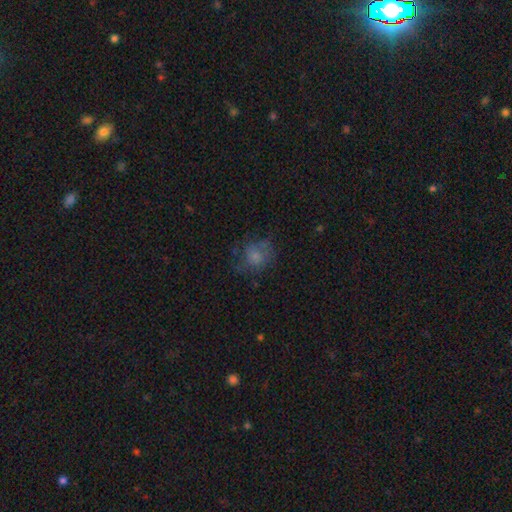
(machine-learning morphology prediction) Overall: smooth (66%). How rounded: round (71%). Merging: none (54%; minor disturbance 24%).